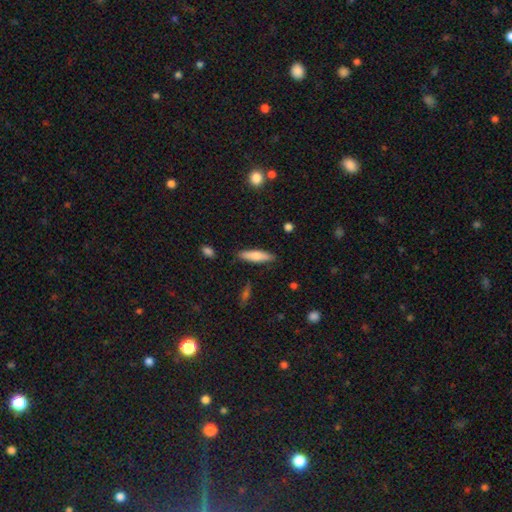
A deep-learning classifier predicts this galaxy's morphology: smooth_or_featured: smooth (p=0.75) [alt: featured or disk p=0.18]
how_rounded: cigar-shaped (p=0.63) [alt: in between p=0.35]
merging: none (p=0.86) [alt: minor disturbance p=0.10]